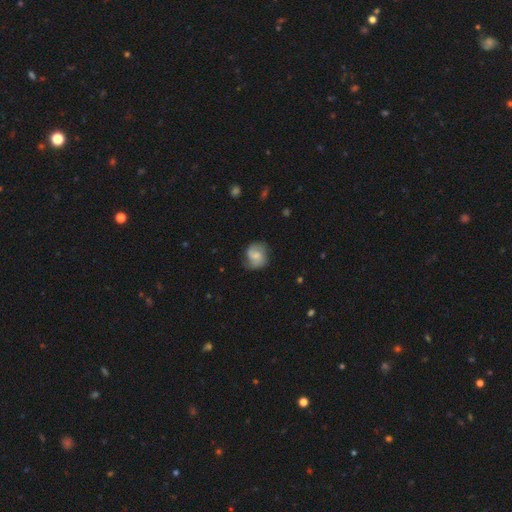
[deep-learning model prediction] The model was most divided on "smooth or featured": featured or disk: 47%, smooth: 45%, star or artifact: 8%. More confident: merging — none (65%).